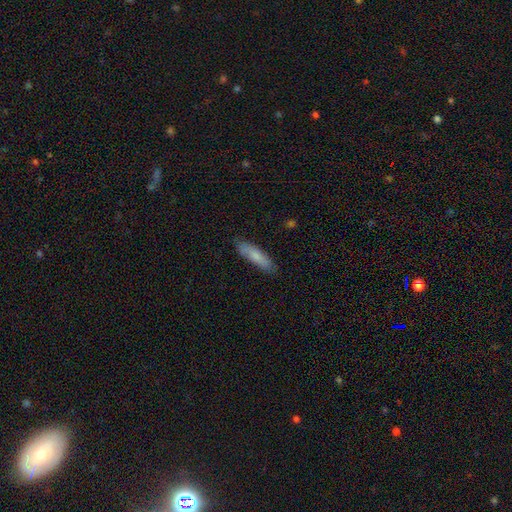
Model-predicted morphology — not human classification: Smooth or featured? smooth (76%)
How rounded? cigar-shaped (67%)
Merging? none (83%)